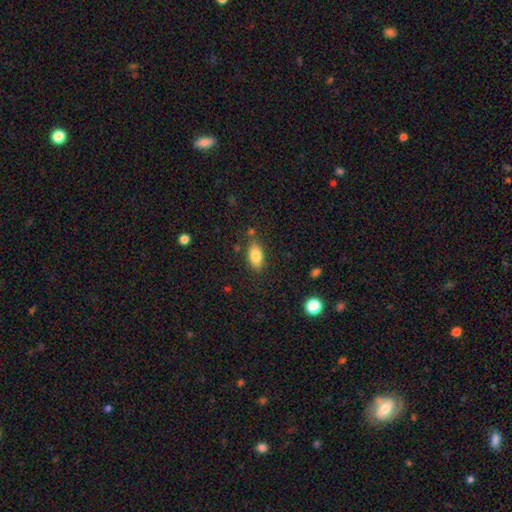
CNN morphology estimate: Overall: smooth (83%). How rounded: in between (91%). Merging: none (80%).